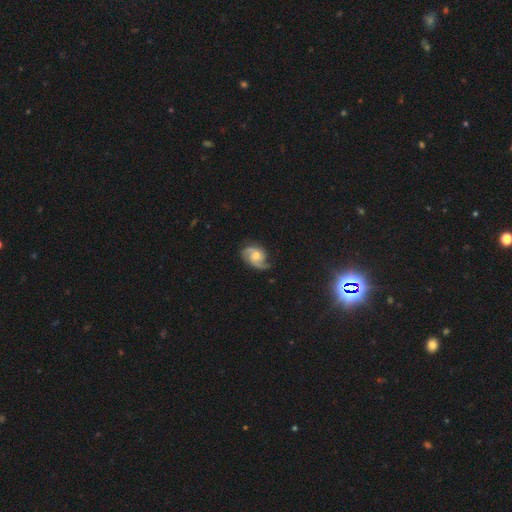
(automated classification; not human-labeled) Smooth or featured: featured or disk — 85% (smooth — 9%)
Edge-on disk: no — 98% (yes — 2%)
Bar: no — 63% (weak — 32%)
Spiral arms: yes — 97% (no — 3%)
Spiral winding: medium — 51% (loose — 26%)
Spiral arm count: 2 — 75% (3 — 13%)
Bulge size: moderate — 60% (small — 27%)
Merging: none — 72% (minor disturbance — 19%)